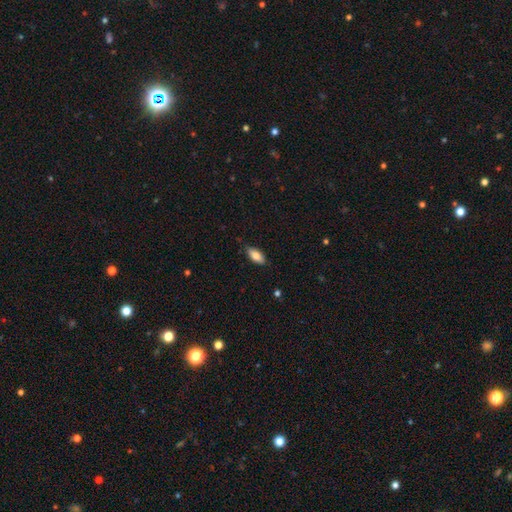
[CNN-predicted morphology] Overall: smooth (82%). How rounded: in between (87%). Merging: none (84%).